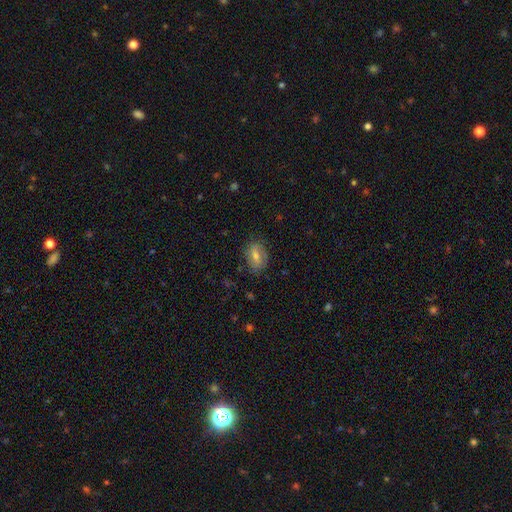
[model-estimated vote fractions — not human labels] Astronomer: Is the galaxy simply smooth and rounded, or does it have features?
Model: featured or disk — 44% (runner-up: smooth, 43%).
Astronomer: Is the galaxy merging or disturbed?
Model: none — 79%.